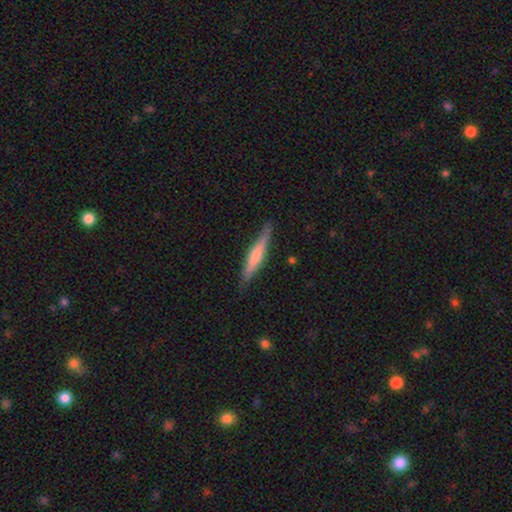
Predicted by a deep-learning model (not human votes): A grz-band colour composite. It shows a smooth galaxy with no disk features (53%) that is cigar-shaped (91%). Merging: none (85%).